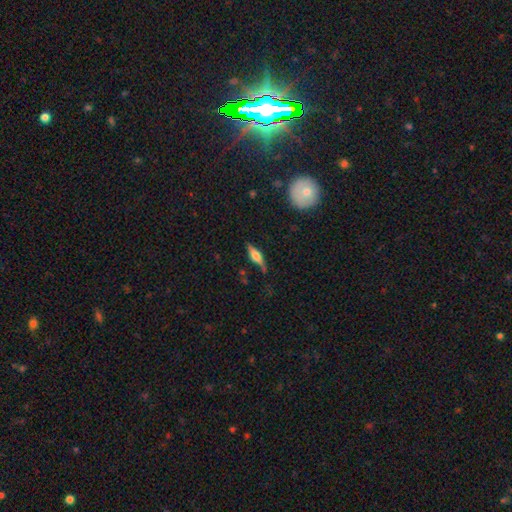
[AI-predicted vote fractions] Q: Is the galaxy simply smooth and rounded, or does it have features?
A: featured or disk — 54%.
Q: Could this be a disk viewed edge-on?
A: yes — 92%.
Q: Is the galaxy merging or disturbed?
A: none — 73%.